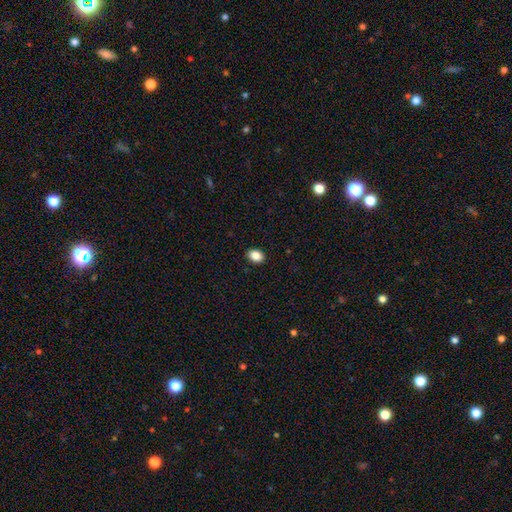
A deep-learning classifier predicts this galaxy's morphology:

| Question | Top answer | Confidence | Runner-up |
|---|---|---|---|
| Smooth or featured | smooth | 87% | star or artifact (9%) |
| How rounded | in between | 69% | round (30%) |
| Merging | none | 91% | minor disturbance (6%) |